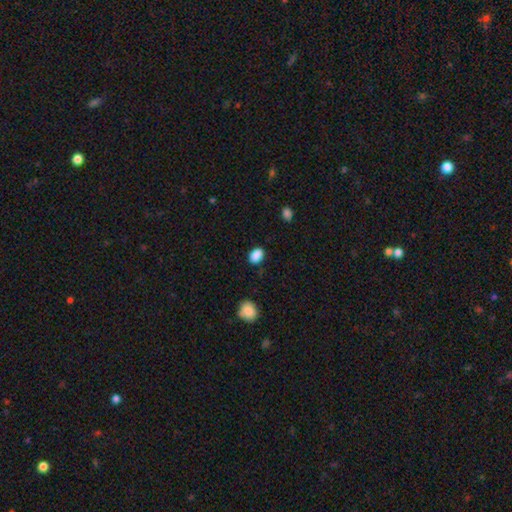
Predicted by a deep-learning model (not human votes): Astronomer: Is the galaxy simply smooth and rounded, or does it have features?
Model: smooth — 87%.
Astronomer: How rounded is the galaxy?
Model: in between — 80%.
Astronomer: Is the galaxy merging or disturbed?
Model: none — 78%.